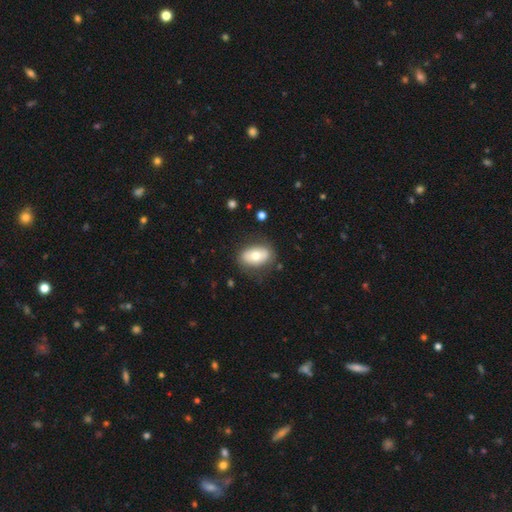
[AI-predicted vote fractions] This appears to be a smooth galaxy with no disk features (64%) that is in between round and cigar-shaped (88%). Merging: none (79%).